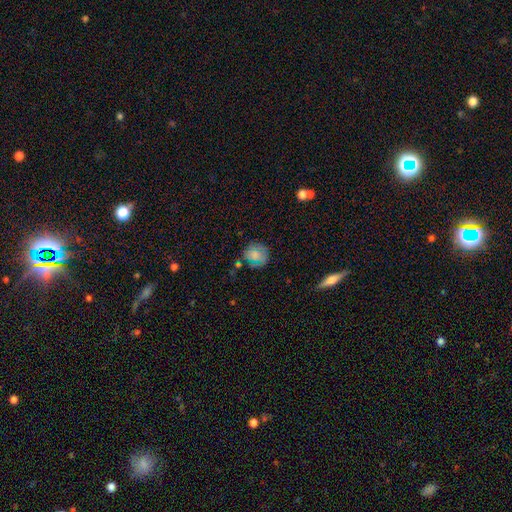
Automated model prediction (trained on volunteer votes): smooth_or_featured: smooth (p=0.65) [alt: featured or disk p=0.21]
how_rounded: round (p=0.77) [alt: in between p=0.22]
merging: none (p=0.63) [alt: minor disturbance p=0.21]